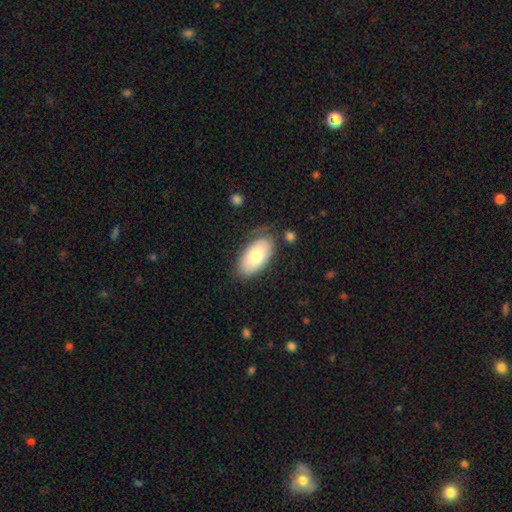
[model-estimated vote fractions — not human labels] Morphology: type=smooth (73%); roundness=in between (94%); merging=none (72%).